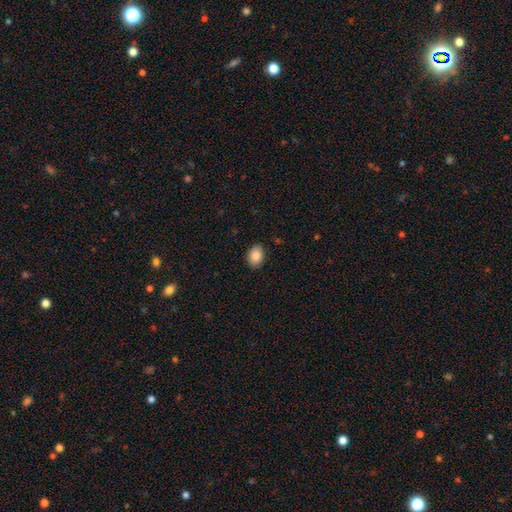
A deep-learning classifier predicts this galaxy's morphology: This appears to be a smooth galaxy with no disk features (88%) that is in between round and cigar-shaped (75%). Merging: none (87%).